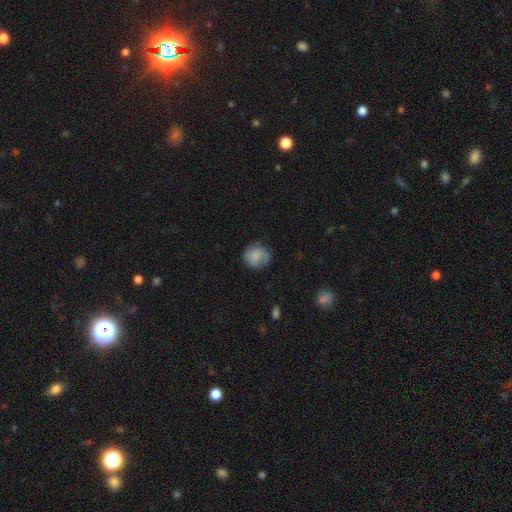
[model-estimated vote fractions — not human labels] Morphology: type=smooth (75%); roundness=round (83%); merging=none (75%).